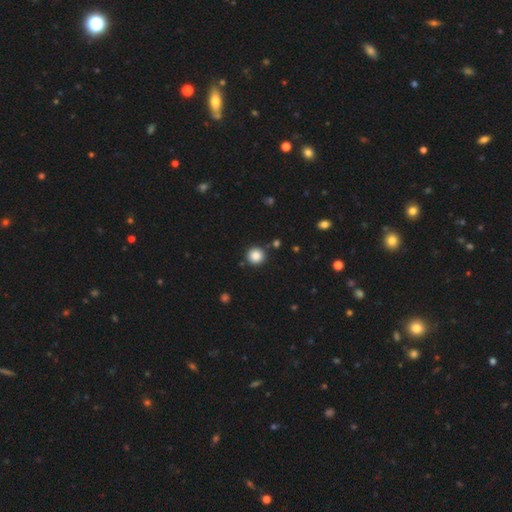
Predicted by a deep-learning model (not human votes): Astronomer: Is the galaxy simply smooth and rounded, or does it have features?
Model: smooth — 87%.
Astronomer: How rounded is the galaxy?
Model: round — 95%.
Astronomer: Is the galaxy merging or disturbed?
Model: none — 90%.